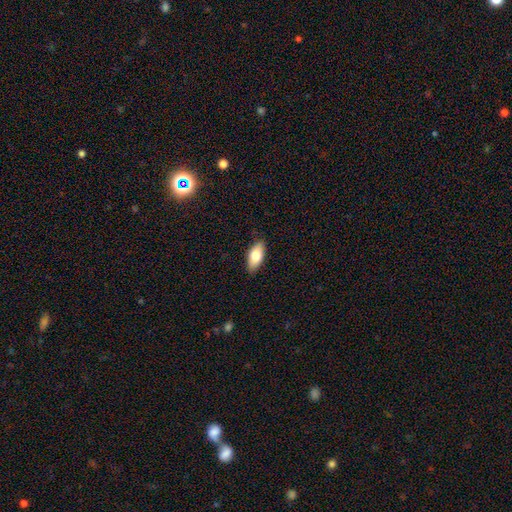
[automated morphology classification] type=smooth (78%); roundness=in between (89%); merging=none (86%).